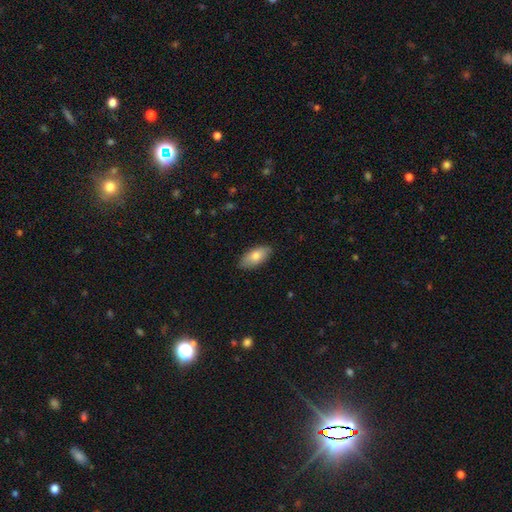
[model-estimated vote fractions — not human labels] A smooth galaxy with no disk features (79%) that is in between round and cigar-shaped (90%). Merging: none (86%).